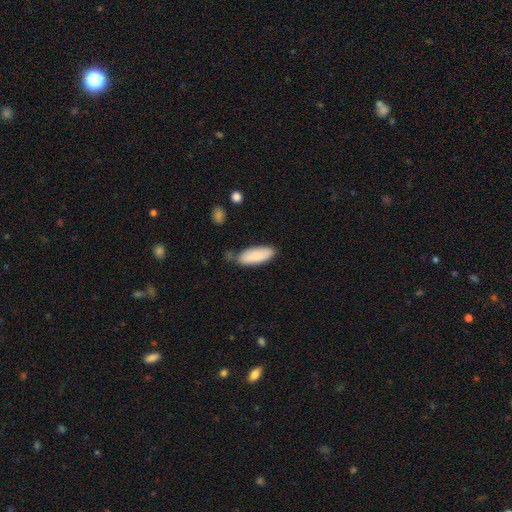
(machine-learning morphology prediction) smooth-or-featured: smooth: 87% | featured or disk: 7% | star or artifact: 6%
  how-rounded: in between: 70% | cigar-shaped: 28% | round: 2%
  merging: none: 67% | minor disturbance: 23% | merger: 6% | major disturbance: 5%